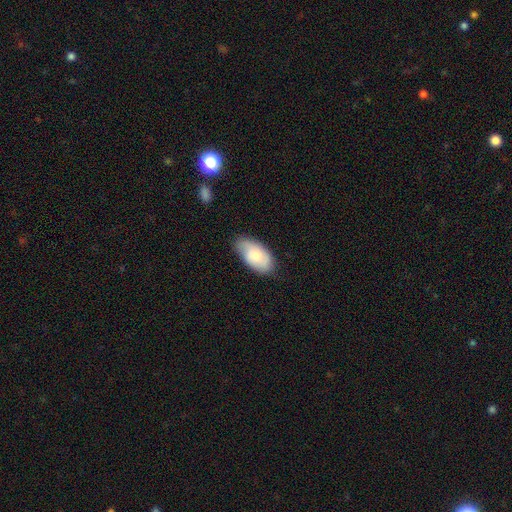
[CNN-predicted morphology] type=smooth (71%); roundness=in between (94%); merging=none (72%).